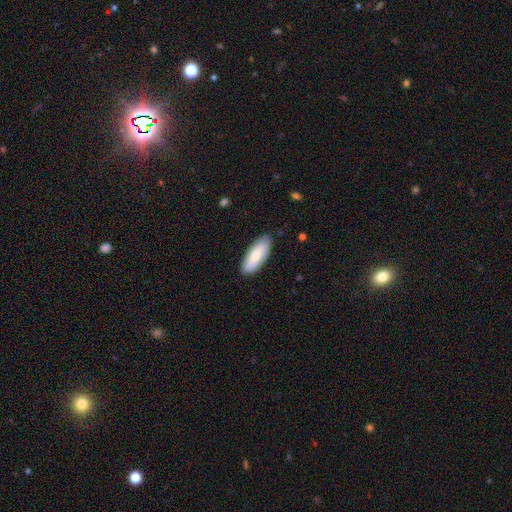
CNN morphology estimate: smooth_or_featured: smooth (p=0.76) [alt: featured or disk p=0.19]
how_rounded: in between (p=0.72) [alt: cigar-shaped p=0.27]
merging: none (p=0.85) [alt: minor disturbance p=0.12]